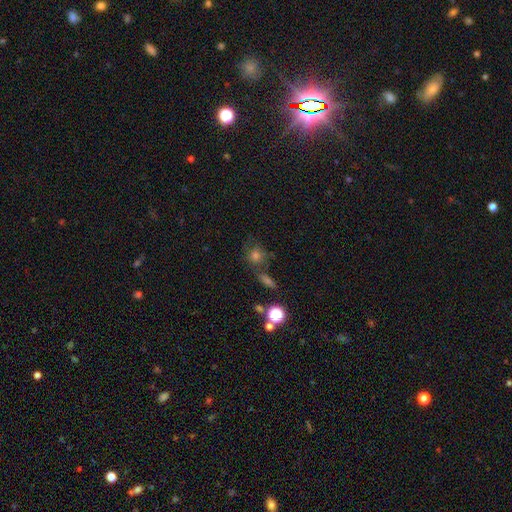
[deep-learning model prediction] Smooth or featured? Predicted: smooth (p=0.57). How rounded? Predicted: round (p=0.81). Merging? Predicted: none (p=0.61).